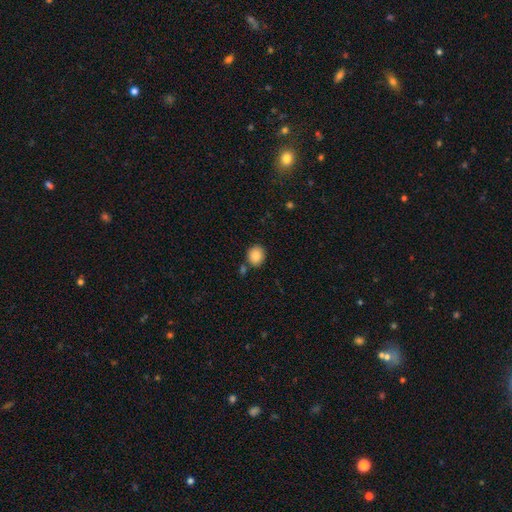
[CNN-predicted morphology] Smooth or featured? Predicted: smooth (p=0.86). How rounded? Predicted: round (p=0.71). Merging? Predicted: none (p=0.80).